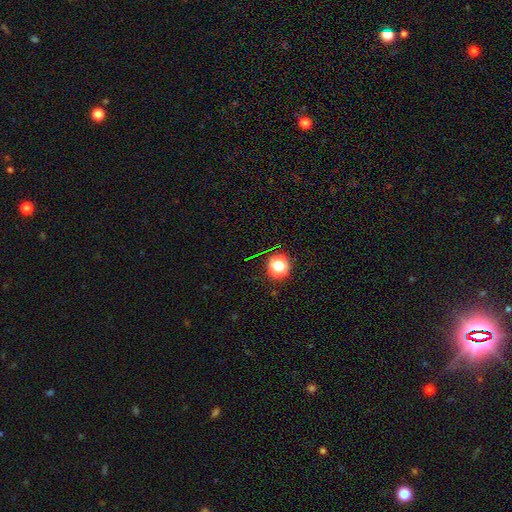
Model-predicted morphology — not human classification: smooth_or_featured: star or artifact (p=0.68) [alt: smooth p=0.25]